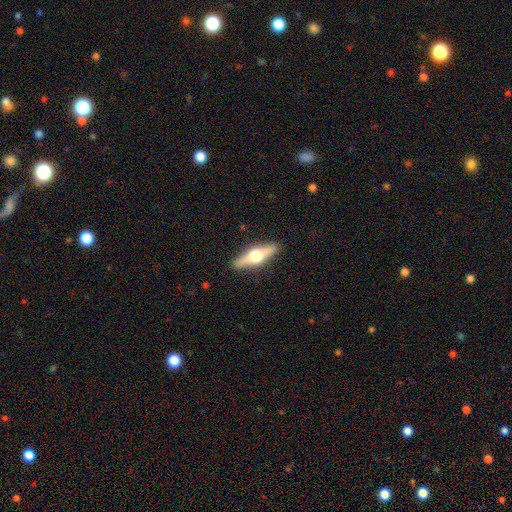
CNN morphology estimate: The model was most divided on "smooth or featured": featured or disk: 61%, smooth: 33%, star or artifact: 6%. More confident: edge-on bulge — rounded (96%); edge-on disk — yes (95%); merging — none (90%).